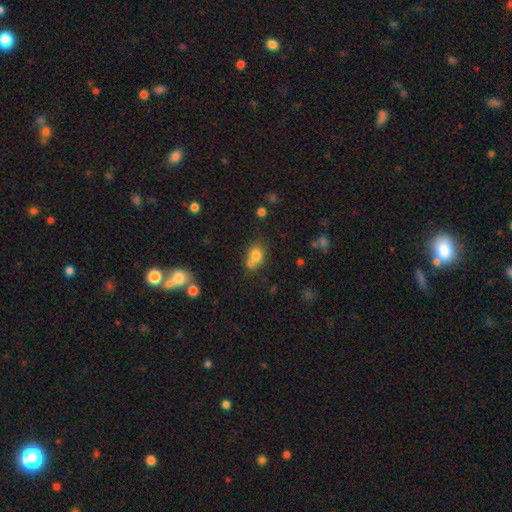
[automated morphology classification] Smooth or featured: smooth — 76% (featured or disk — 12%)
How rounded: round — 58% (in between — 41%)
Merging: merger — 42% (tied with none — 42%)